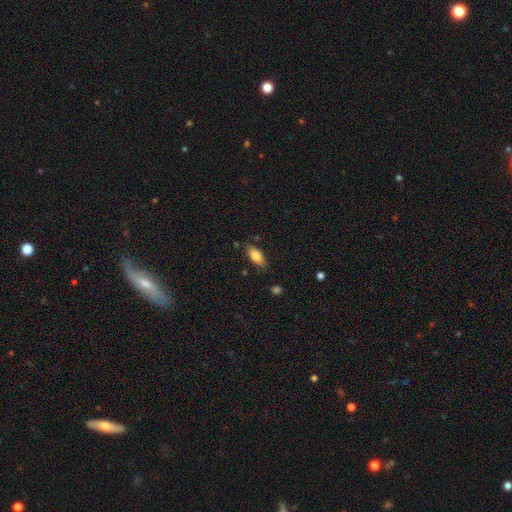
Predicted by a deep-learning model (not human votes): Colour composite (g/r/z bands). It shows a smooth galaxy with no disk features (77%) that is in between round and cigar-shaped (84%). Merging: none (78%).